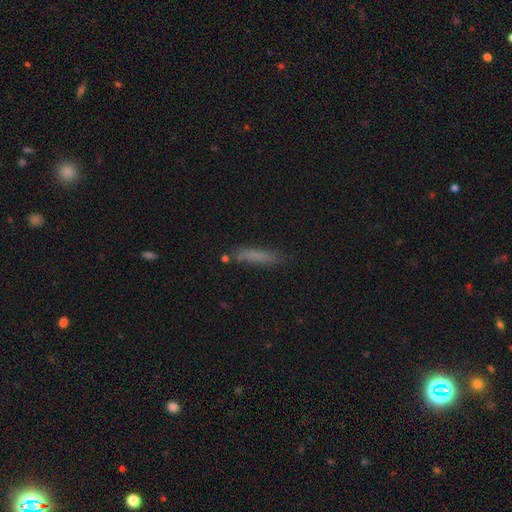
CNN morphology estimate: Smooth or featured? smooth (74%)
How rounded? cigar-shaped (87%)
Merging? none (75%)